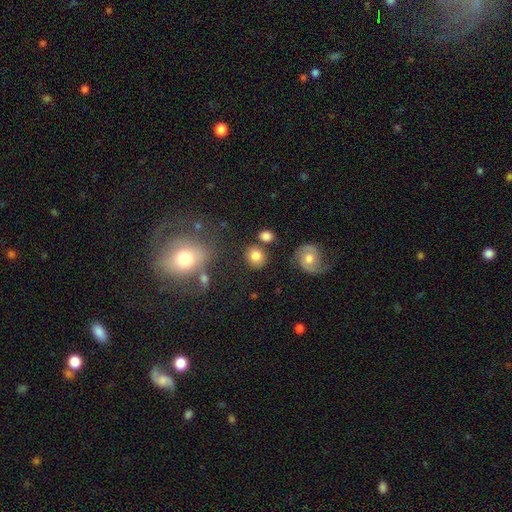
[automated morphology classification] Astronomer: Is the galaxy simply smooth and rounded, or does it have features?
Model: smooth — 81%.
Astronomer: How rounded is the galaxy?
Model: round — 76%.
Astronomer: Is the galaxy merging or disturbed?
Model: none — 77%.